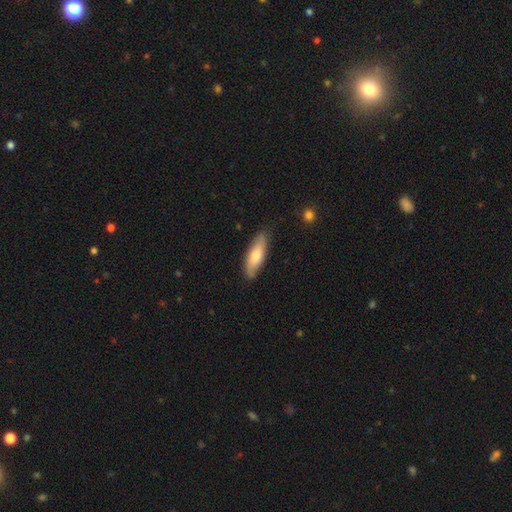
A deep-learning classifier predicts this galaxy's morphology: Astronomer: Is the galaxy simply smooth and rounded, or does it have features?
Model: smooth — 70%.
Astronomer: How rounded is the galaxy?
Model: in between — 52% (runner-up: cigar-shaped, 46%).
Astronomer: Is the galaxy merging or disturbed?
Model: none — 82%.